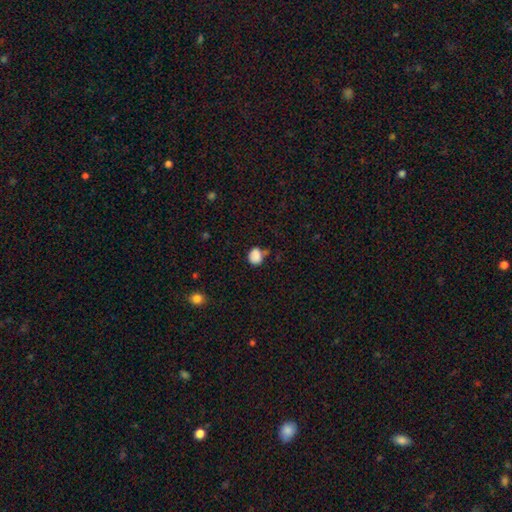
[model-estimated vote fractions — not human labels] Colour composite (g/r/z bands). It shows a smooth galaxy with no disk features (85%) that is round (60%). Merging: none (58%).